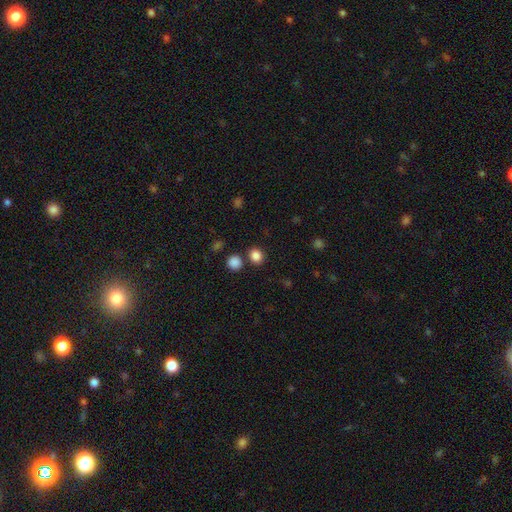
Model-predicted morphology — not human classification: smooth-or-featured: smooth: 85% | star or artifact: 11% | featured or disk: 4%
  how-rounded: round: 79% | in between: 20% | cigar-shaped: 1%
  merging: none: 80% | merger: 10% | minor disturbance: 8% | major disturbance: 3%